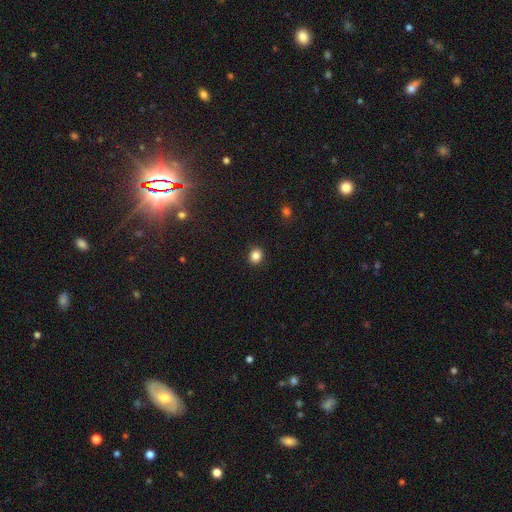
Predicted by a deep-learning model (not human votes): This appears to be a smooth galaxy with no disk features (86%) that is round (74%). Merging: none (90%).